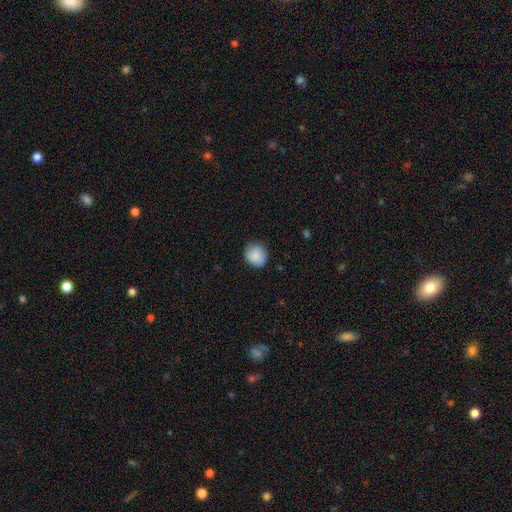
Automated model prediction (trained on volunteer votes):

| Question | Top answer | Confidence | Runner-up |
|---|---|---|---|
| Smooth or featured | smooth | 88% | star or artifact (7%) |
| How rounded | round | 82% | in between (17%) |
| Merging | none | 82% | minor disturbance (14%) |